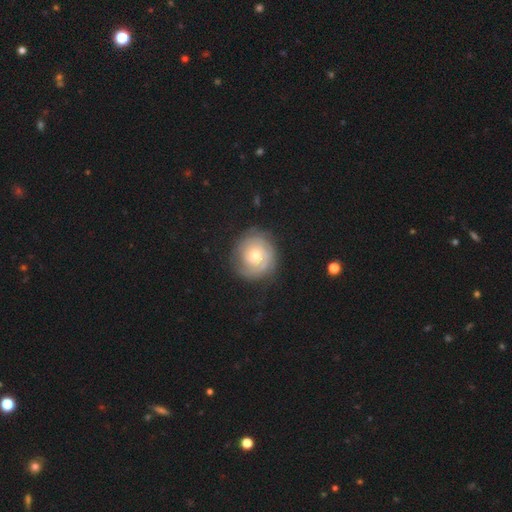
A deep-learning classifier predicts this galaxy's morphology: type=featured or disk (71%); edge-on=no (98%); bar=no (82%); spiral arms=yes (88%); winding=tight (79%); arm count=can't tell (39%); bulge=moderate (62%); merging=none (79%).